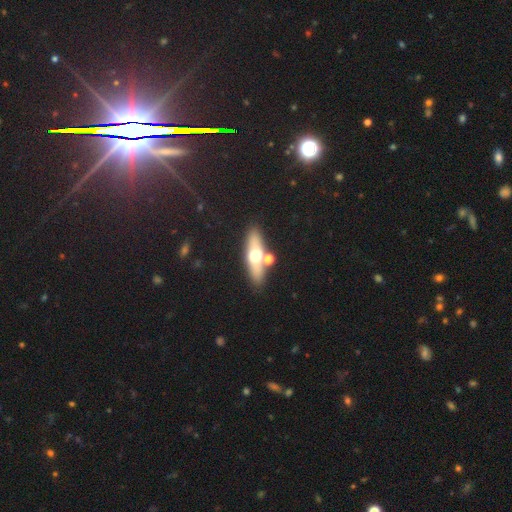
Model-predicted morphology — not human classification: This appears to be a smooth galaxy with no disk features (49%). Merging: none (74%).